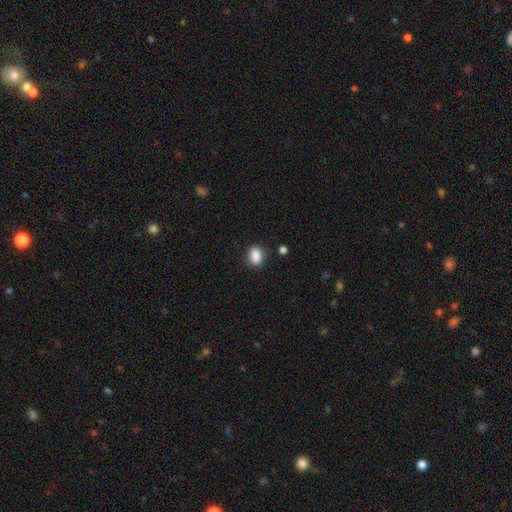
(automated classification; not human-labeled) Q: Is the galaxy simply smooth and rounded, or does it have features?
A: smooth — 88%.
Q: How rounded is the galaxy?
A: in between — 79%.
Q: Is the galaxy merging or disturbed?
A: none — 83%.